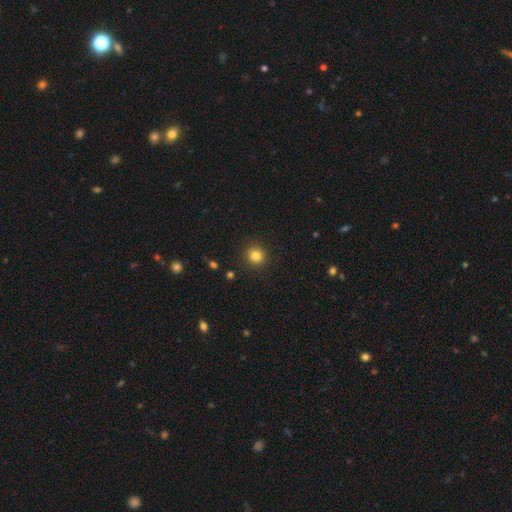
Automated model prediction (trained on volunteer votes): Smooth or featured? Predicted: smooth (p=0.83). How rounded? Predicted: round (p=0.93). Merging? Predicted: none (p=0.91).